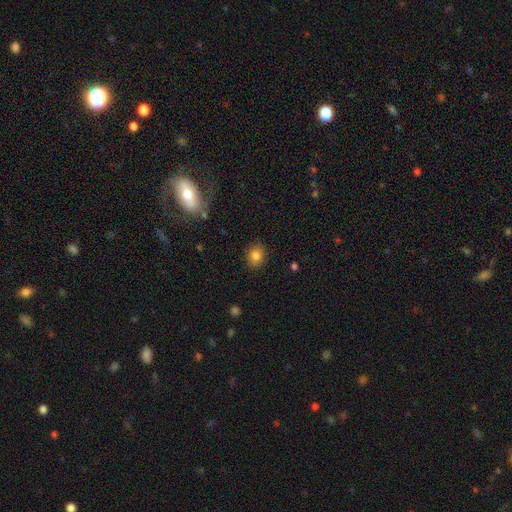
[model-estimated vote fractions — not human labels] Overall: smooth (83%). How rounded: round (55%; in between 44%). Merging: none (88%).